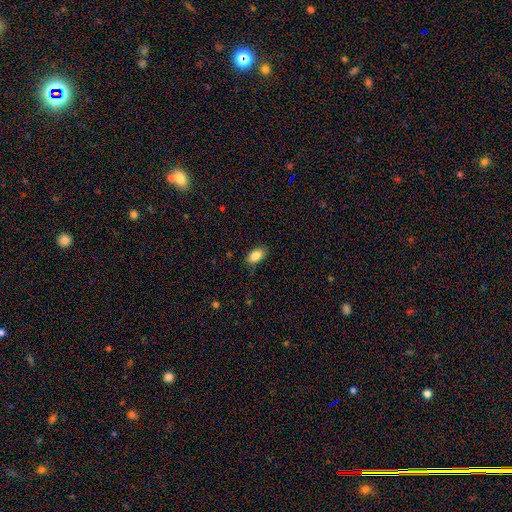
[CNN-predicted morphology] Smooth or featured?
  - smooth: 86% *
  - star or artifact: 8%
  - featured or disk: 6%
How rounded?
  - in between: 92% *
  - round: 6%
  - cigar-shaped: 2%
Merging?
  - none: 84% *
  - minor disturbance: 13%
  - major disturbance: 3%
  - merger: 1%